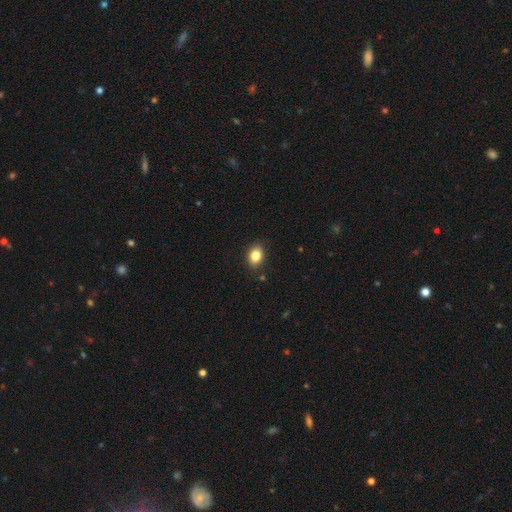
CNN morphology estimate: This appears to be a smooth galaxy with no disk features (84%) that is in between round and cigar-shaped (68%). Merging: none (87%).